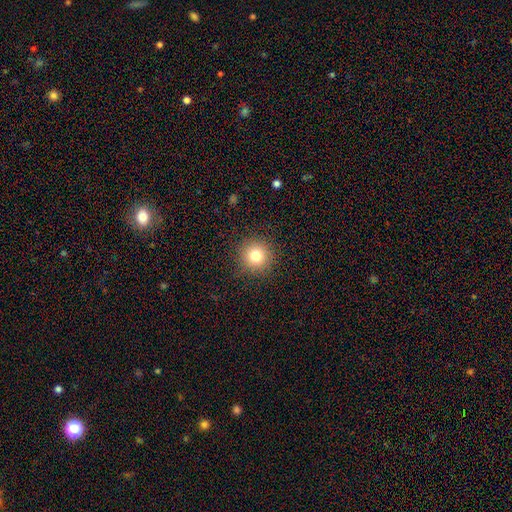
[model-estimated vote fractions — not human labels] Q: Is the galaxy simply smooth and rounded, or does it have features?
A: smooth — 79%.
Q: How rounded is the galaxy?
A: round — 94%.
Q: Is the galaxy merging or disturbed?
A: none — 90%.